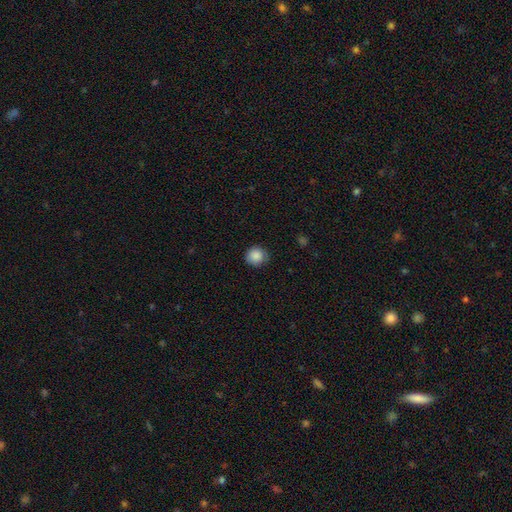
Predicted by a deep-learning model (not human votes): A smooth galaxy with no disk features (88%) that is round (89%). Merging: none (84%).